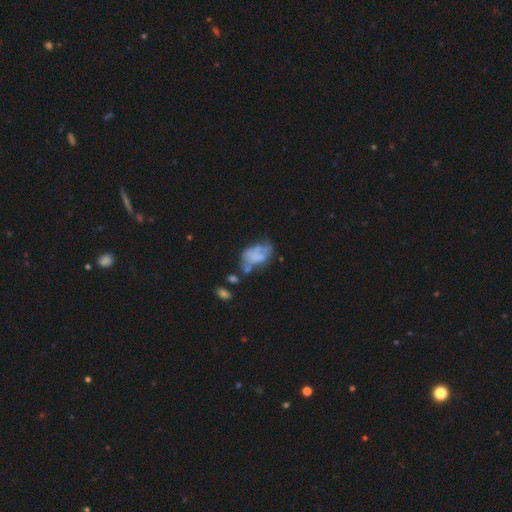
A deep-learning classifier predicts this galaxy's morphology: smooth_or_featured: featured or disk (p=0.46) [alt: smooth p=0.43]
merging: major disturbance (p=0.30) [alt: none p=0.27]